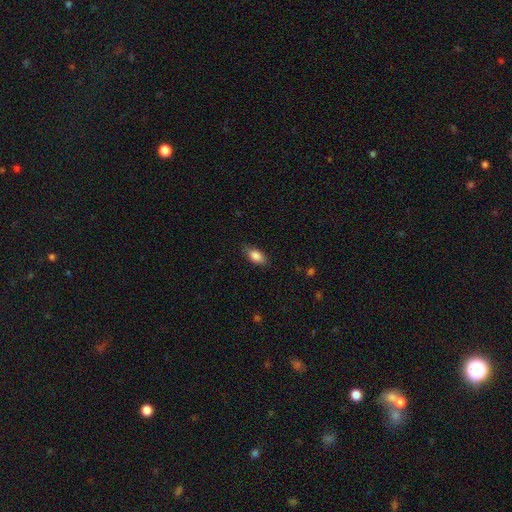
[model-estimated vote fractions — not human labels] Morphology: type=smooth (85%); roundness=in between (87%); merging=none (78%).